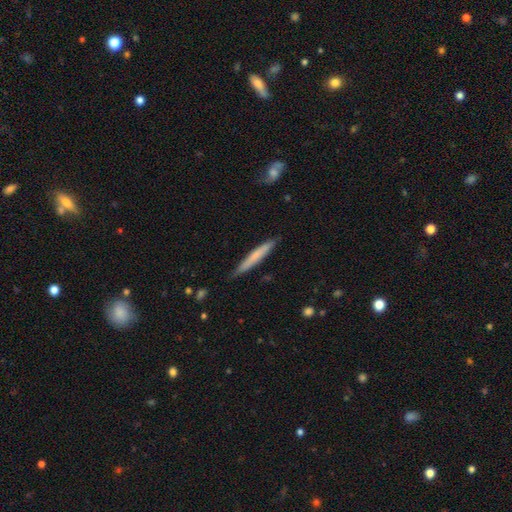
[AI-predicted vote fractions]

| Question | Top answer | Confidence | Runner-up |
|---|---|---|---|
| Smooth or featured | smooth | 63% | featured or disk (32%) |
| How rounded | cigar-shaped | 96% | in between (3%) |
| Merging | none | 85% | minor disturbance (12%) |